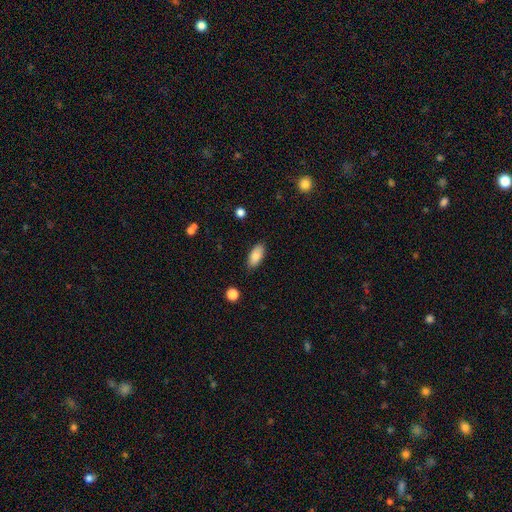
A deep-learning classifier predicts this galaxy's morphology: This is clearly a smooth galaxy (86%). How rounded: clearly in between (89%). Merging: clearly none (87%).